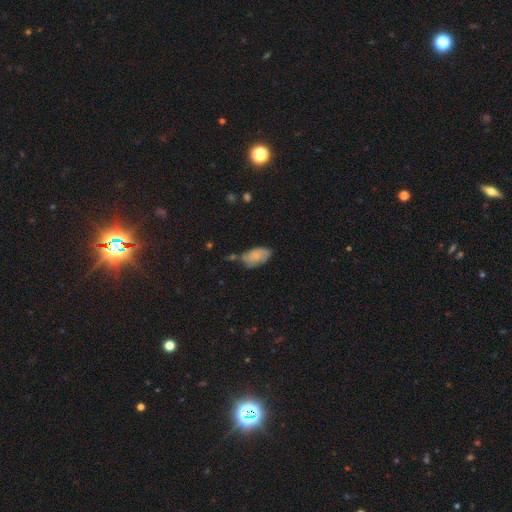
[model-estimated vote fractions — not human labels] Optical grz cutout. It shows a smooth galaxy with no disk features (69%) that is in between round and cigar-shaped (93%). Merging: none (50%).